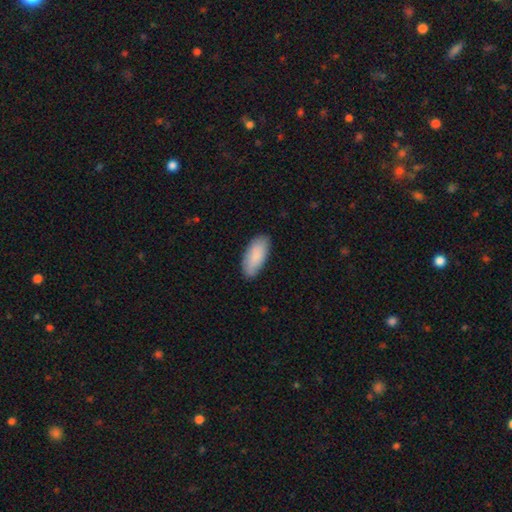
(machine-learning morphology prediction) smooth-or-featured: smooth: 88% | featured or disk: 7% | star or artifact: 5%
  how-rounded: in between: 88% | cigar-shaped: 11% | round: 2%
  merging: none: 85% | minor disturbance: 12% | major disturbance: 2% | merger: 1%